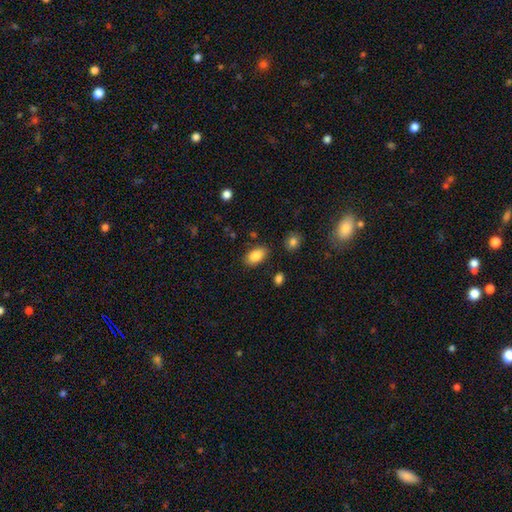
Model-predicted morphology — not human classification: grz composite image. It shows a smooth galaxy with no disk features (87%) that is in between round and cigar-shaped (92%). Merging: none (83%).